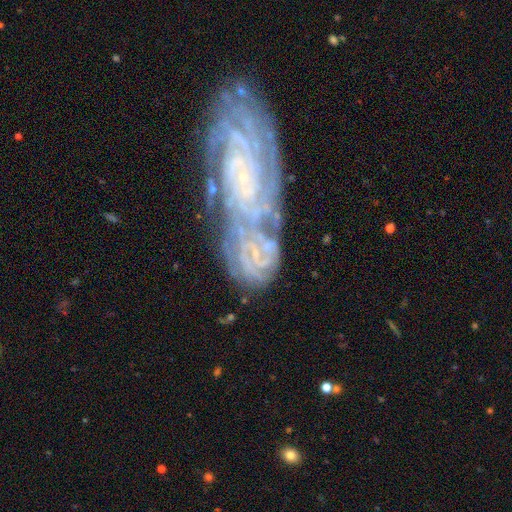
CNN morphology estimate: Q: Smooth or featured?
A: featured or disk (82%); runner-up: smooth (9%)
Q: Edge-on disk?
A: no (96%); runner-up: yes (4%)
Q: Bar?
A: no (67%); runner-up: weak (21%)
Q: Spiral arms?
A: yes (94%); runner-up: no (6%)
Q: Spiral winding?
A: tight (79%); runner-up: medium (17%)
Q: Spiral arm count?
A: can't tell (34%); runner-up: 3 (18%)
Q: Bulge size?
A: small (77%); runner-up: none (11%)
Q: Merging?
A: merger (55%); runner-up: none (25%)